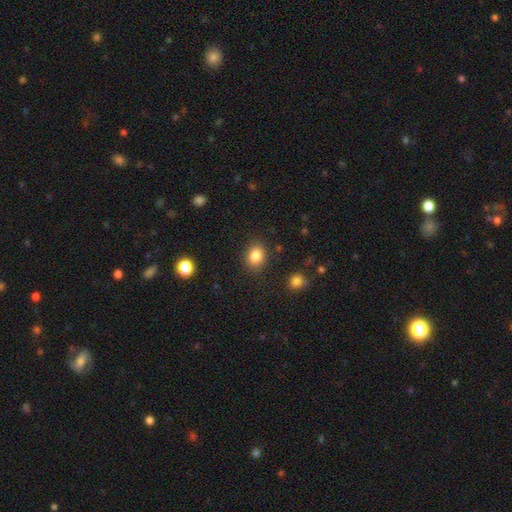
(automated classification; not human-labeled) This is clearly a smooth galaxy (85%). How rounded: possibly in between (50%). Merging: clearly none (85%).